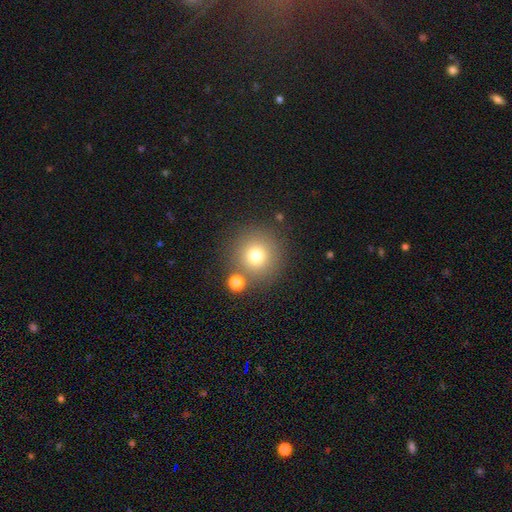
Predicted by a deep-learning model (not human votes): smooth_or_featured: smooth (p=0.75) [alt: star or artifact p=0.14]
how_rounded: round (p=0.95) [alt: in between p=0.04]
merging: none (p=0.79) [alt: merger p=0.09]